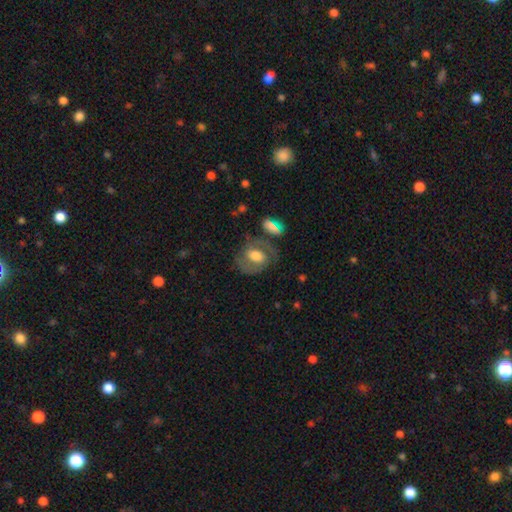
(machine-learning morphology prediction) smooth-or-featured: featured or disk: 49% | smooth: 44% | star or artifact: 8%
  merging: none: 61% | minor disturbance: 19% | major disturbance: 12% | merger: 8%